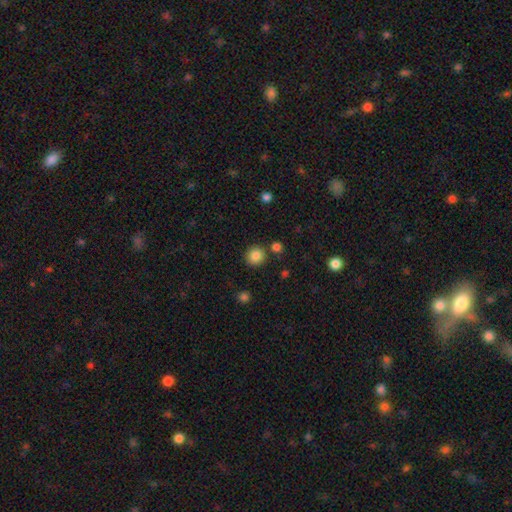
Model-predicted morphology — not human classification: A smooth galaxy with no disk features (85%) that is round (91%).

Vote fractions:
- Smooth or featured? smooth: 85% / star or artifact: 11% / featured or disk: 4%
- How rounded? round: 91% / in between: 8% / cigar-shaped: 1%
- Merging? none: 85% / minor disturbance: 7% / merger: 6% / major disturbance: 2%